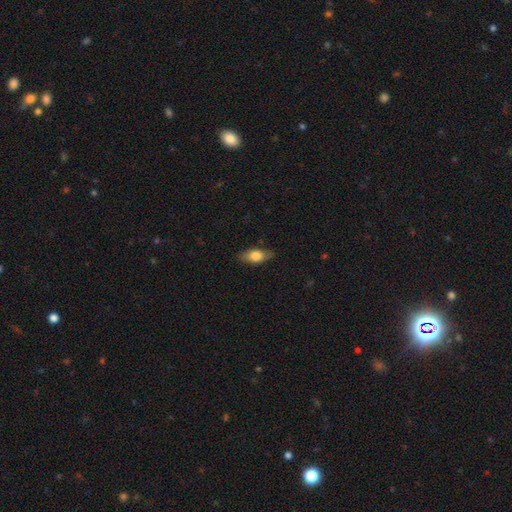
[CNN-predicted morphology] Smooth or featured: smooth — 72% (featured or disk — 22%)
How rounded: in between — 82% (cigar-shaped — 14%)
Merging: none — 83% (minor disturbance — 13%)